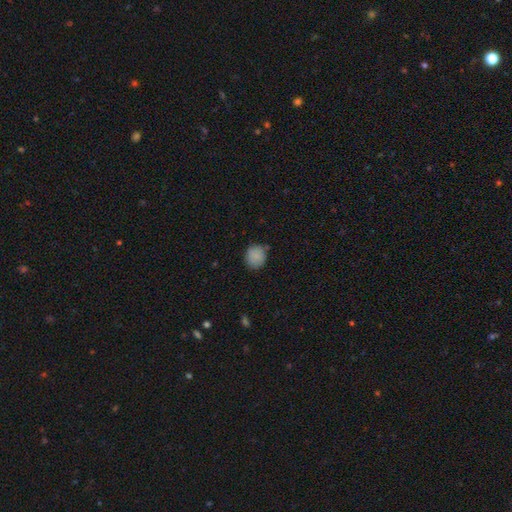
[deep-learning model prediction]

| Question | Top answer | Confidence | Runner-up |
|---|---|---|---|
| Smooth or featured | smooth | 86% | star or artifact (8%) |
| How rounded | round | 82% | in between (17%) |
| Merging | none | 79% | minor disturbance (16%) |